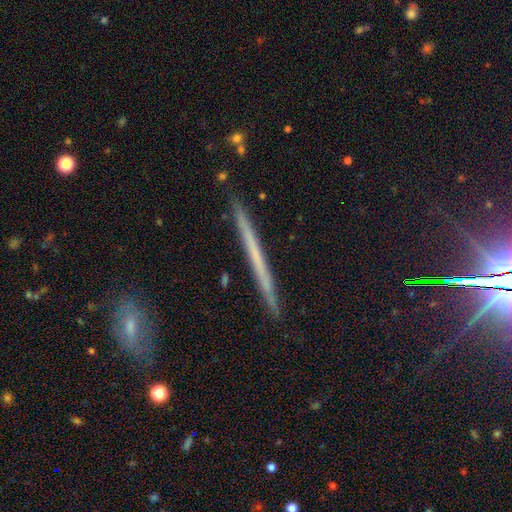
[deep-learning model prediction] A featured or disk galaxy (52%) viewed edge-on (97%) with no central bulge (91%). Merging: none (89%).